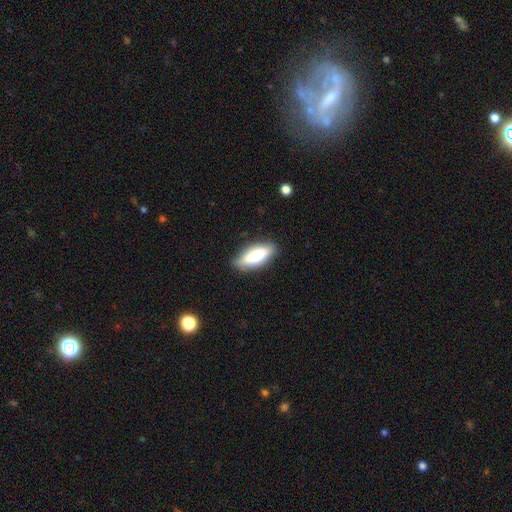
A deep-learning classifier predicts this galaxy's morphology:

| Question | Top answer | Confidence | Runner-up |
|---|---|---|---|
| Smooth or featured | smooth | 78% | featured or disk (16%) |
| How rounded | in between | 68% | cigar-shaped (30%) |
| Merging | none | 82% | minor disturbance (14%) |